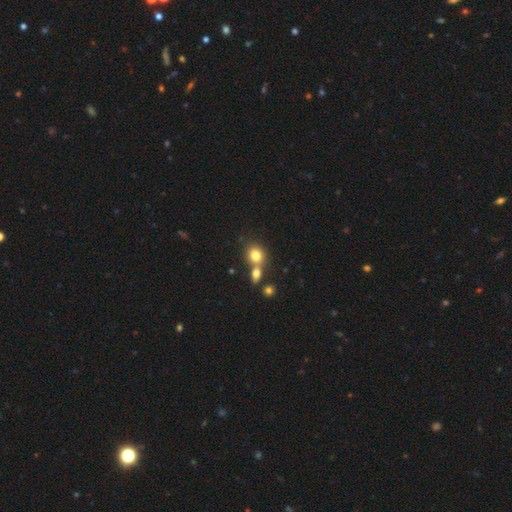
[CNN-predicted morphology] smooth-or-featured: smooth: 79% | star or artifact: 12% | featured or disk: 10%
  how-rounded: round: 72% | in between: 27% | cigar-shaped: 1%
  merging: none: 47% | merger: 41% | minor disturbance: 8% | major disturbance: 3%